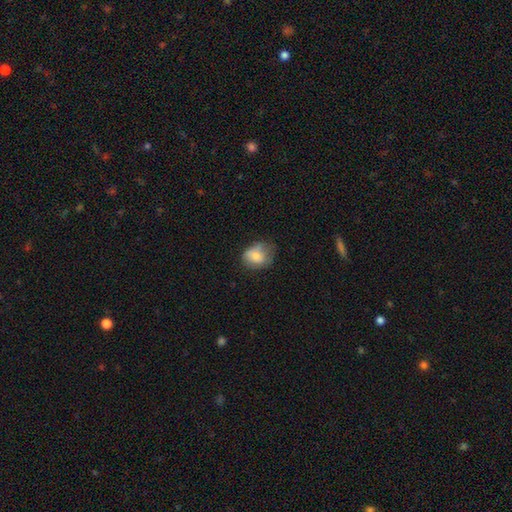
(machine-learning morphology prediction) A smooth galaxy with no disk features (75%) that is in between round and cigar-shaped (53%). Merging: none (45%).